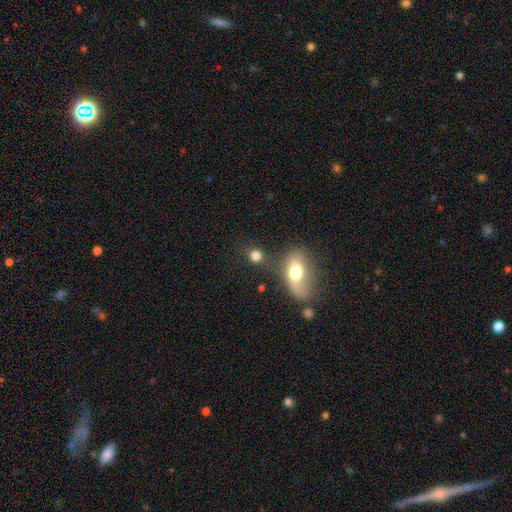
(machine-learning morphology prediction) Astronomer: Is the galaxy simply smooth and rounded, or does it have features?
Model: smooth — 78%.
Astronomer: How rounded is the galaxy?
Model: round — 68%.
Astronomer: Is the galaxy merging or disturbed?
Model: none — 60%.